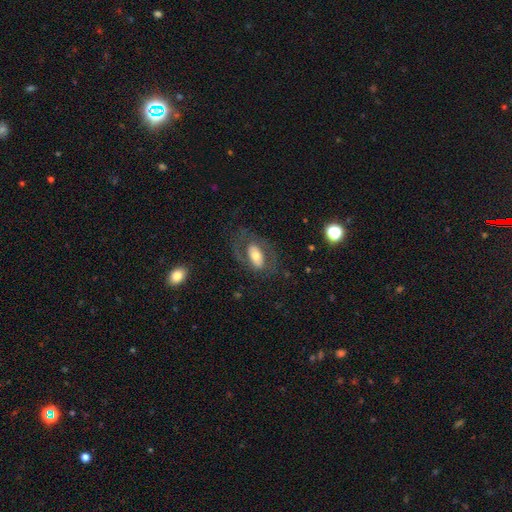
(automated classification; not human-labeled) smooth_or_featured: featured or disk (p=0.50) [alt: smooth p=0.43]
merging: none (p=0.62) [alt: major disturbance p=0.20]